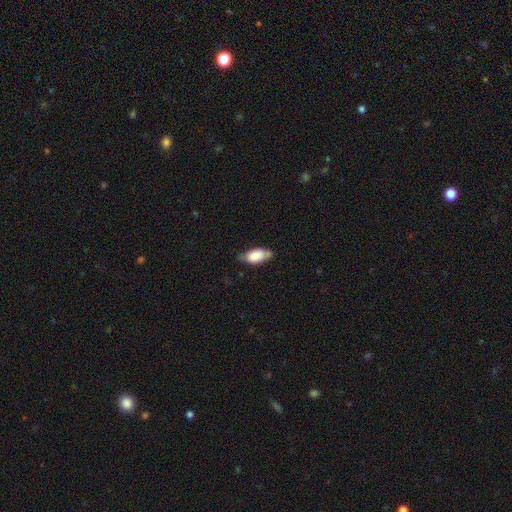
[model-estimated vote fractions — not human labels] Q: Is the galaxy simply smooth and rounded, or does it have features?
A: smooth — 79%.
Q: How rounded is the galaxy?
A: in between — 89%.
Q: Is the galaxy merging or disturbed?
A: none — 55%.